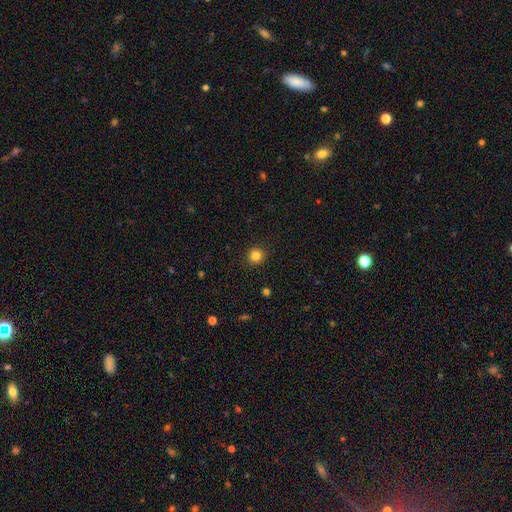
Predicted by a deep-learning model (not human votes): A smooth galaxy with no disk features (84%) that is round (94%).

Vote fractions:
- Smooth or featured? smooth: 84% / star or artifact: 12% / featured or disk: 4%
- How rounded? round: 94% / in between: 5% / cigar-shaped: 1%
- Merging? none: 92% / minor disturbance: 5% / major disturbance: 2% / merger: 1%